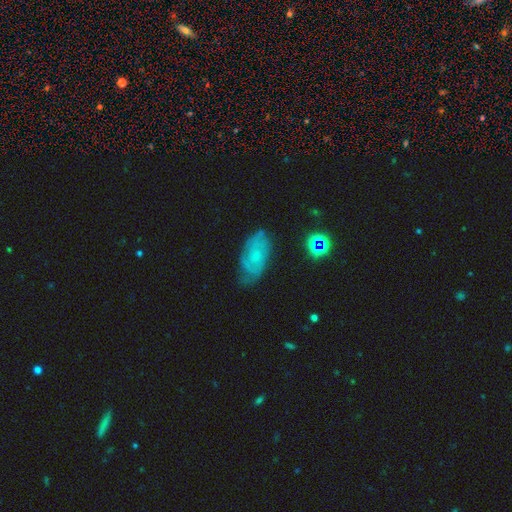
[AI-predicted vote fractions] Smooth or featured: featured or disk — 60% (smooth — 29%)
Edge-on disk: no — 94% (yes — 6%)
Bar: no — 76% (weak — 21%)
Spiral arms: yes — 82% (no — 18%)
Bulge size: small — 72% (moderate — 16%)
Merging: none — 63% (minor disturbance — 27%)